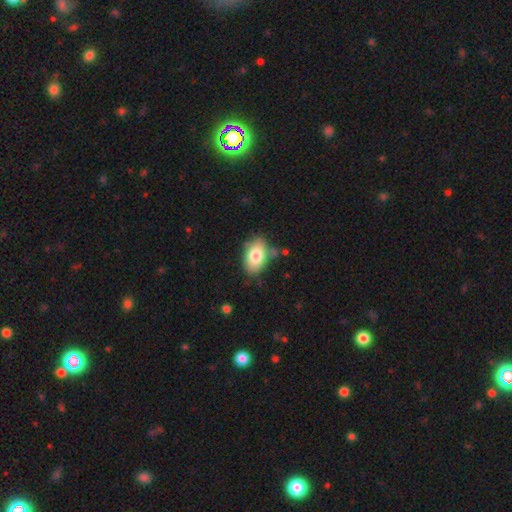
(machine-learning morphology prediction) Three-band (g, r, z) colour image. It shows a smooth galaxy with no disk features (79%) that is in between round and cigar-shaped (91%). Merging: none (75%).